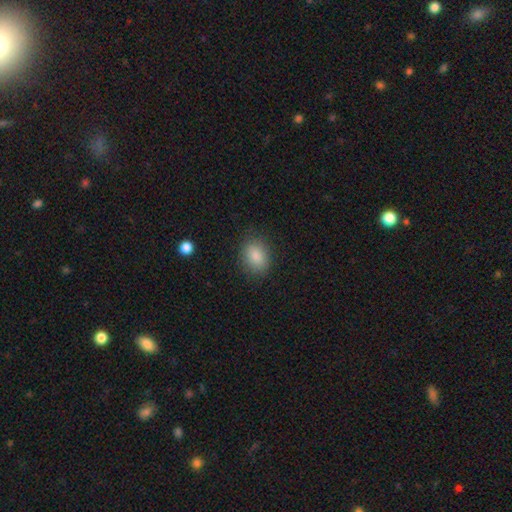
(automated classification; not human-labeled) This is clearly a smooth galaxy (85%). How rounded: likely in between (70%). Merging: clearly none (85%).